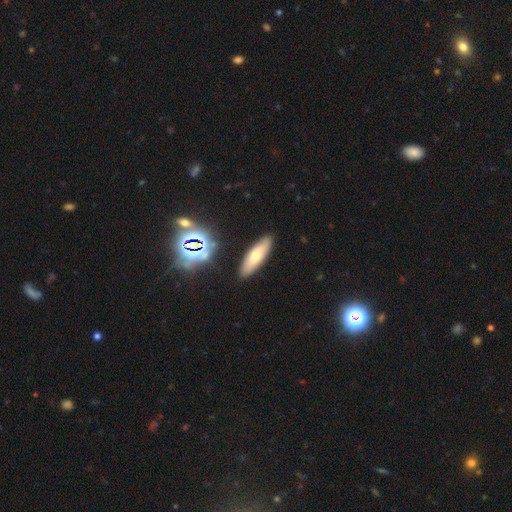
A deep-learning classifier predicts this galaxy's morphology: Q: Smooth or featured?
A: smooth (62%); runner-up: featured or disk (28%)
Q: How rounded?
A: cigar-shaped (49%); runner-up: in between (48%)
Q: Merging?
A: none (88%); runner-up: minor disturbance (8%)